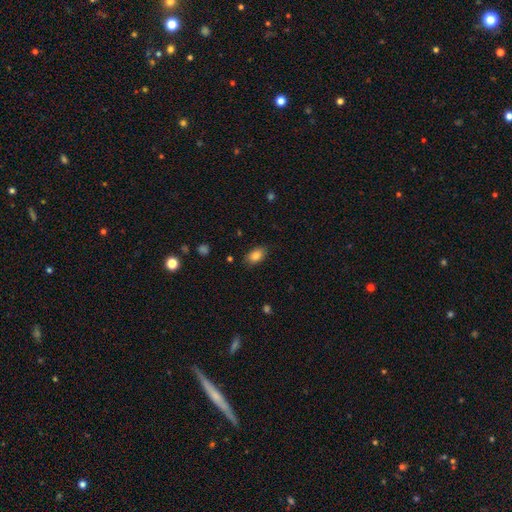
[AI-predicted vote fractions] Smooth or featured? smooth (84%)
How rounded? in between (88%)
Merging? none (84%)